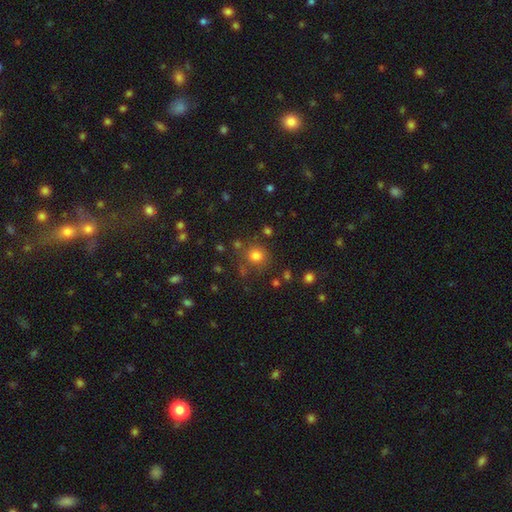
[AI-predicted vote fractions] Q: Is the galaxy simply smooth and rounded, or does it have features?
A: smooth — 78%.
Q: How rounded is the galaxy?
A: round — 87%.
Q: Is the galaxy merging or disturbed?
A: none — 77%.